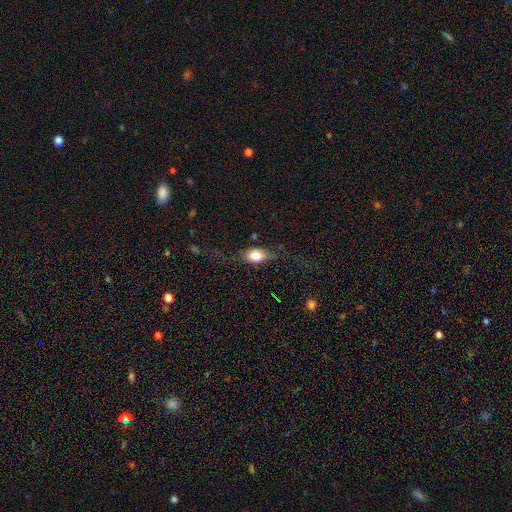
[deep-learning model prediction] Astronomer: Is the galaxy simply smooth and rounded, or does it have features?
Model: smooth — 63%.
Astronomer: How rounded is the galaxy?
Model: in between — 73%.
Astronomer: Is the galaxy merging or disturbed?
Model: none — 64%.